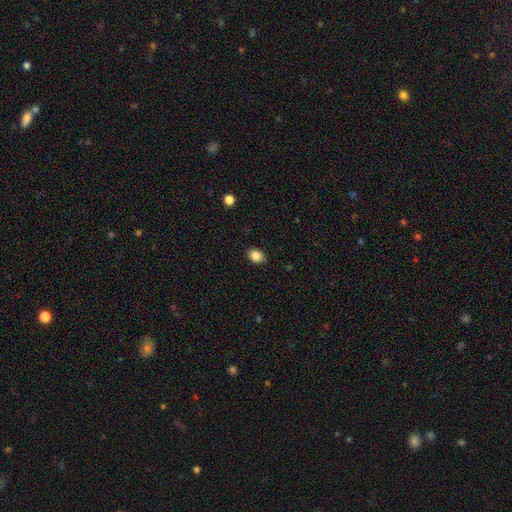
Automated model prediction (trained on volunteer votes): smooth 84%, star or artifact 9%, featured or disk 6%. Down the decision tree: how rounded — in between (63%); merging — none (89%).